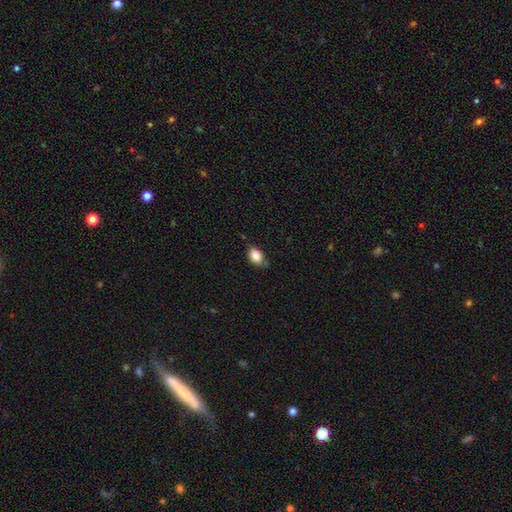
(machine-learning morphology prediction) Overall: smooth (85%). How rounded: in between (80%). Merging: none (73%).